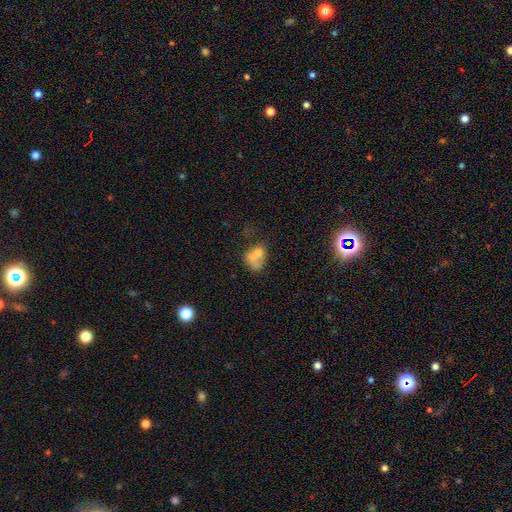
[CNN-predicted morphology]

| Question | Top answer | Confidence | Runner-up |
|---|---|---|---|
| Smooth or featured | smooth | 61% | featured or disk (27%) |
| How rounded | in between | 57% | round (41%) |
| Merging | merger | 55% | none (22%) |